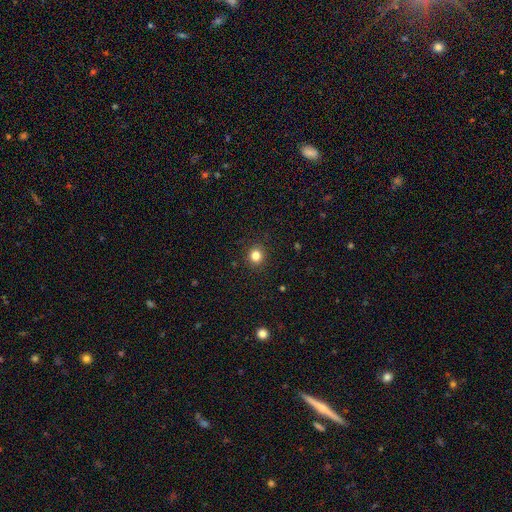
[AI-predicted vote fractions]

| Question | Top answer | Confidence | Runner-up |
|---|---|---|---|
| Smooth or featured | smooth | 83% | star or artifact (13%) |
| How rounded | round | 91% | in between (8%) |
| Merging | none | 92% | minor disturbance (5%) |